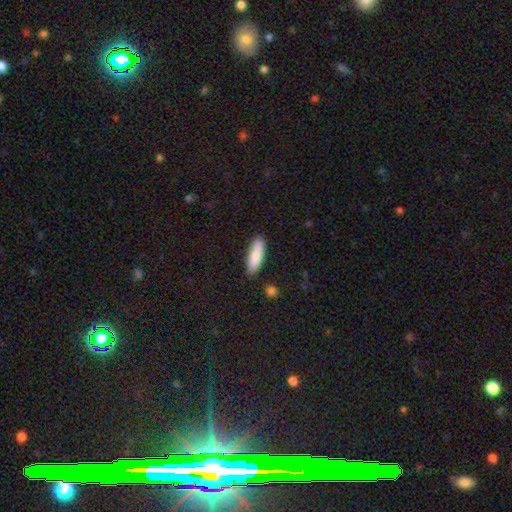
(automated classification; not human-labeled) Overall: smooth (87%). How rounded: in between (55%; cigar-shaped 44%). Merging: none (88%).